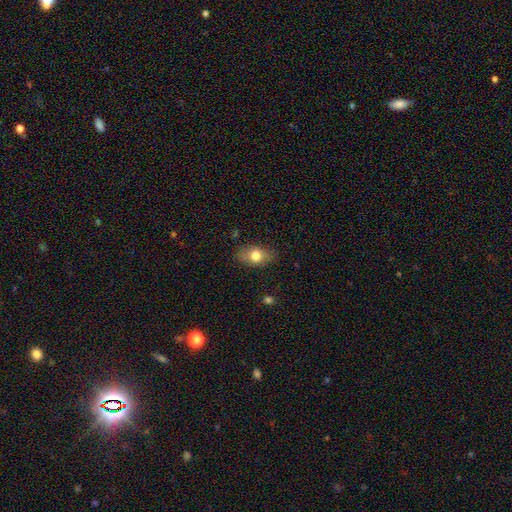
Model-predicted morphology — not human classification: This is likely a smooth galaxy (75%). How rounded: clearly in between (82%). Merging: clearly none (80%).